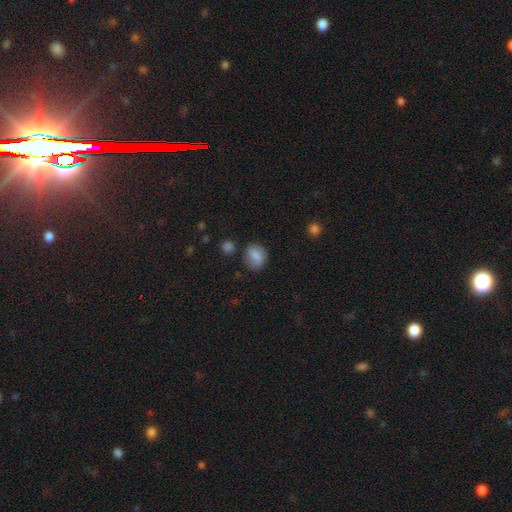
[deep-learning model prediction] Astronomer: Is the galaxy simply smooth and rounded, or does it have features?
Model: smooth — 82%.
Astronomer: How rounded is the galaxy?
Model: round — 52% (runner-up: in between, 46%).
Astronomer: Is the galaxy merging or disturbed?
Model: none — 75%.